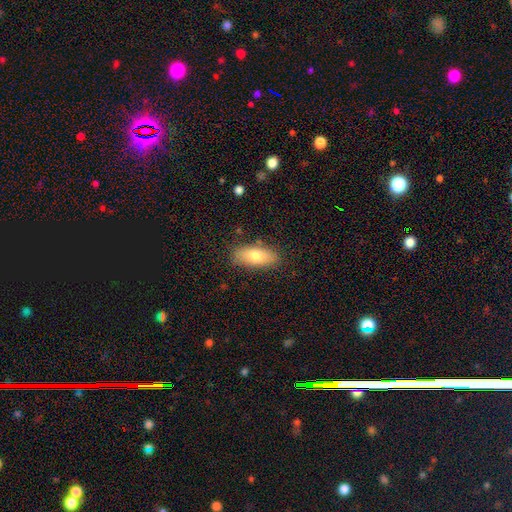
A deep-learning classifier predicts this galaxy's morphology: Smooth or featured?
  - smooth: 75% *
  - featured or disk: 19%
  - star or artifact: 7%
How rounded?
  - in between: 79% *
  - cigar-shaped: 18%
  - round: 3%
Merging?
  - none: 83% *
  - minor disturbance: 13%
  - major disturbance: 3%
  - merger: 2%